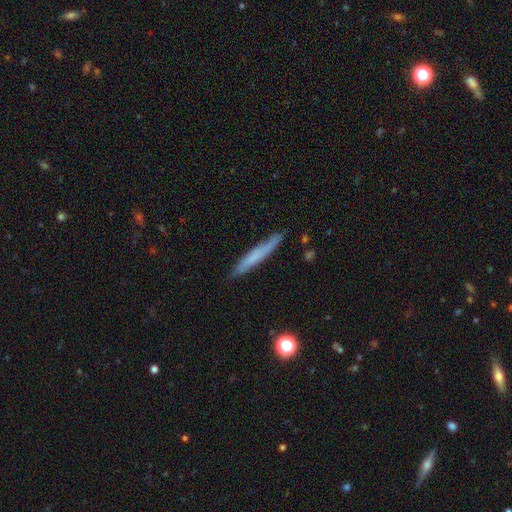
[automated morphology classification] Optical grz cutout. It shows a smooth galaxy with no disk features (61%) that is cigar-shaped (95%). Merging: none (86%).